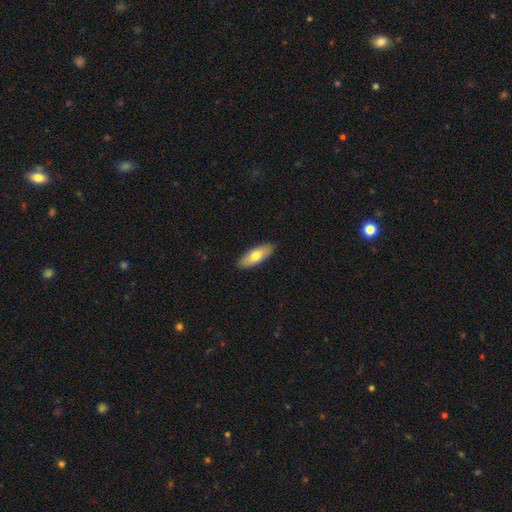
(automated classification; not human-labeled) A smooth galaxy with no disk features (72%) that is in between round and cigar-shaped (73%). Merging: none (89%).